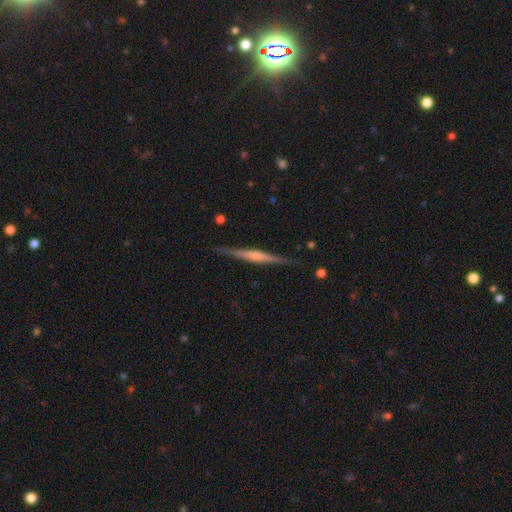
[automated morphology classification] A featured or disk galaxy (71%) viewed edge-on (98%) with a rounded central bulge (50%).

Vote fractions:
- Smooth or featured? featured or disk: 71% / smooth: 23% / star or artifact: 6%
- Edge-on disk? yes: 98% / no: 2%
- Edge-on bulge? rounded: 50% / none: 25% / boxy: 25%
- Merging? none: 88% / minor disturbance: 9% / major disturbance: 2% / merger: 1%